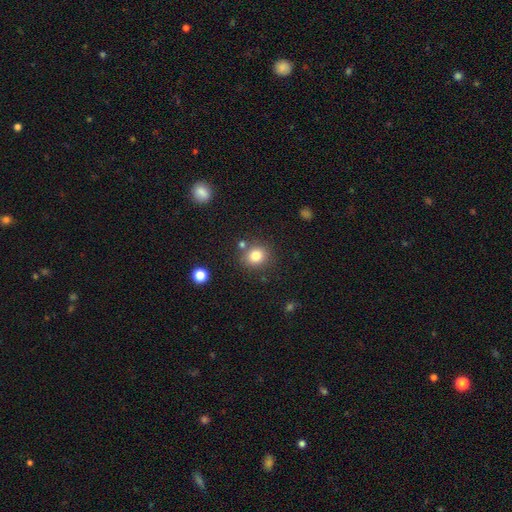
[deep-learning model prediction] Smooth or featured: smooth — 81% (star or artifact — 12%)
How rounded: round — 81% (in between — 18%)
Merging: none — 79% (minor disturbance — 10%)